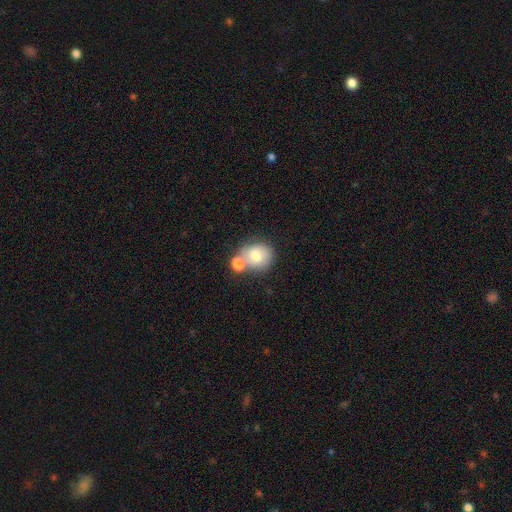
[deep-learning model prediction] Smooth or featured? Predicted: smooth (p=0.73). How rounded? Predicted: round (p=0.76). Merging? Predicted: none (p=0.48).